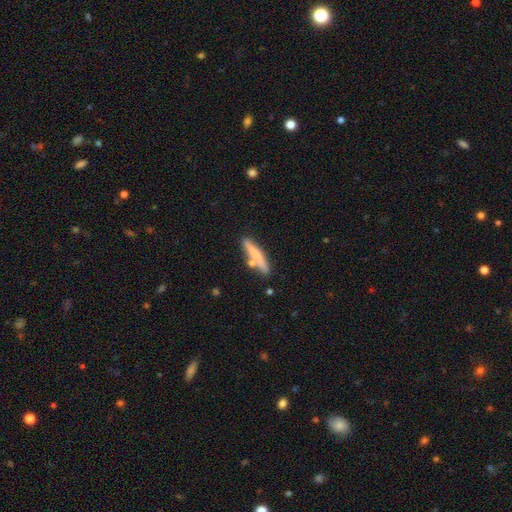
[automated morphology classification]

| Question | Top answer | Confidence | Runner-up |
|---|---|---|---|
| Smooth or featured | smooth | 69% | featured or disk (25%) |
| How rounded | cigar-shaped | 88% | in between (11%) |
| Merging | none | 72% | minor disturbance (14%) |